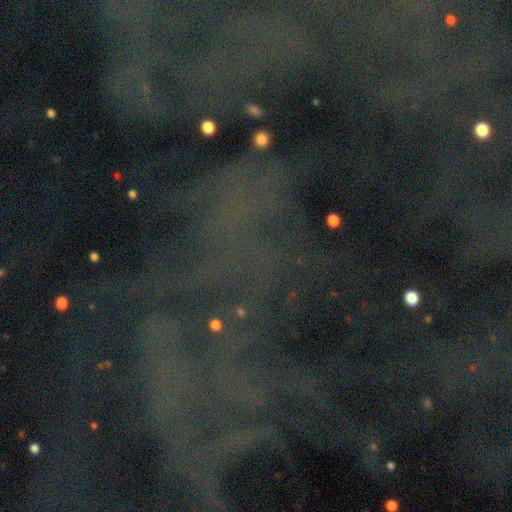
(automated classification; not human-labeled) A star or artifact, not a galaxy (81%).